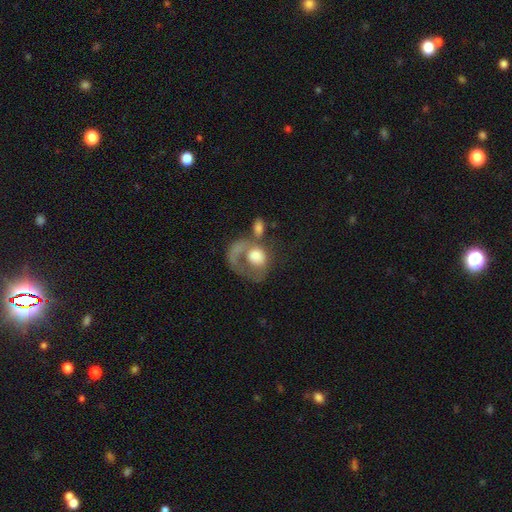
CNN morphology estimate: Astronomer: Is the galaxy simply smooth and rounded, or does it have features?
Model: smooth — 49% (runner-up: featured or disk, 43%).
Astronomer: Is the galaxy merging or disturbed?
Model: major disturbance — 42% (runner-up: merger, 28%).